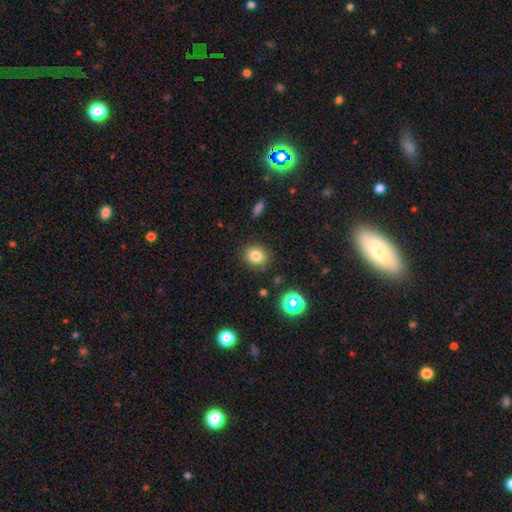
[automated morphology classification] Q: Smooth or featured?
A: smooth (81%); runner-up: star or artifact (12%)
Q: How rounded?
A: round (73%); runner-up: in between (26%)
Q: Merging?
A: none (87%); runner-up: minor disturbance (9%)